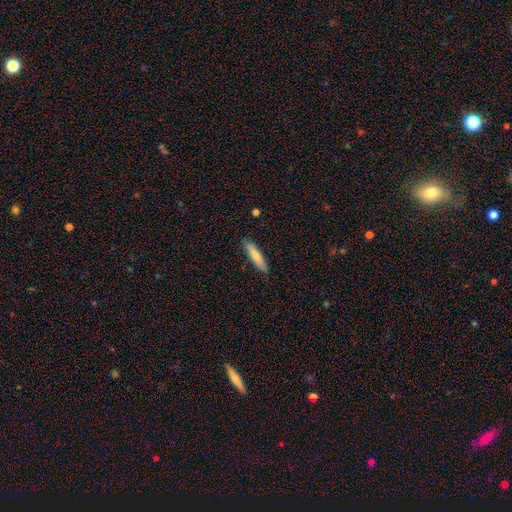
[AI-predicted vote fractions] smooth_or_featured: smooth (p=0.68) [alt: featured or disk p=0.26]
how_rounded: cigar-shaped (p=0.77) [alt: in between p=0.21]
merging: none (p=0.86) [alt: minor disturbance p=0.11]